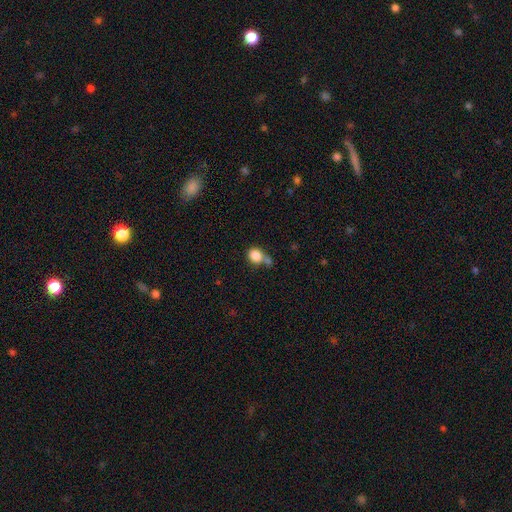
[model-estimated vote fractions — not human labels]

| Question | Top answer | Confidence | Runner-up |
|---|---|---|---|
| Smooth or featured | smooth | 83% | star or artifact (10%) |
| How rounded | round | 67% | in between (32%) |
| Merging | none | 46% | merger (29%) |